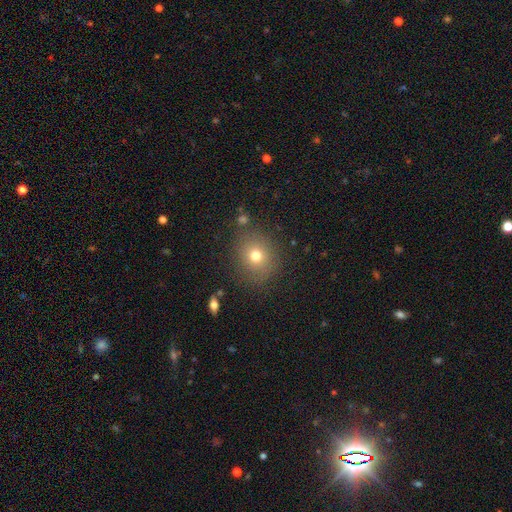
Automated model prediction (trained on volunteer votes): smooth_or_featured: smooth (p=0.74) [alt: star or artifact p=0.15]
how_rounded: round (p=0.74) [alt: in between p=0.25]
merging: none (p=0.83) [alt: minor disturbance p=0.10]